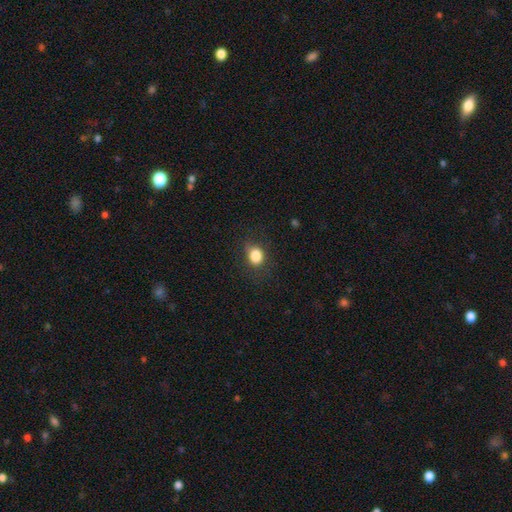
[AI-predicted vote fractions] A smooth galaxy with no disk features (84%) that is round (57%).

Vote fractions:
- Smooth or featured? smooth: 84% / star or artifact: 11% / featured or disk: 5%
- How rounded? round: 57% / in between: 42% / cigar-shaped: 1%
- Merging? none: 78% / minor disturbance: 16% / major disturbance: 5% / merger: 1%